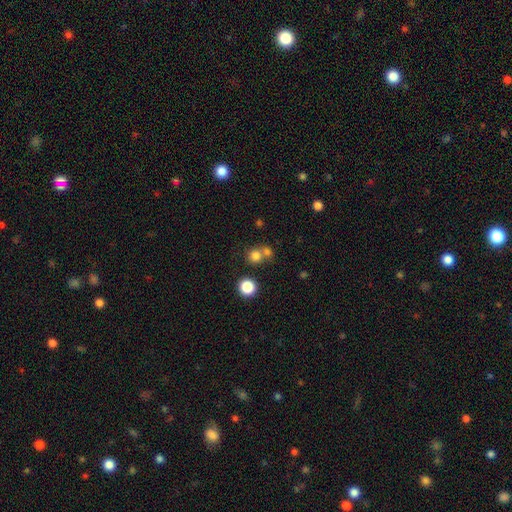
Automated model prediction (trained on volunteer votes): Q: Smooth or featured?
A: smooth (77%); runner-up: star or artifact (15%)
Q: How rounded?
A: round (86%); runner-up: in between (13%)
Q: Merging?
A: none (52%); runner-up: merger (38%)